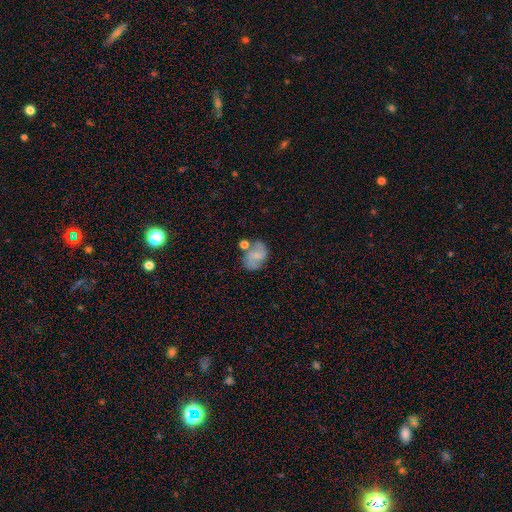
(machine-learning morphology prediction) A featured or disk galaxy (48%).

Vote fractions:
- Smooth or featured? featured or disk: 48% / smooth: 43% / star or artifact: 9%
- Merging? none: 52% / minor disturbance: 21% / merger: 19% / major disturbance: 8%